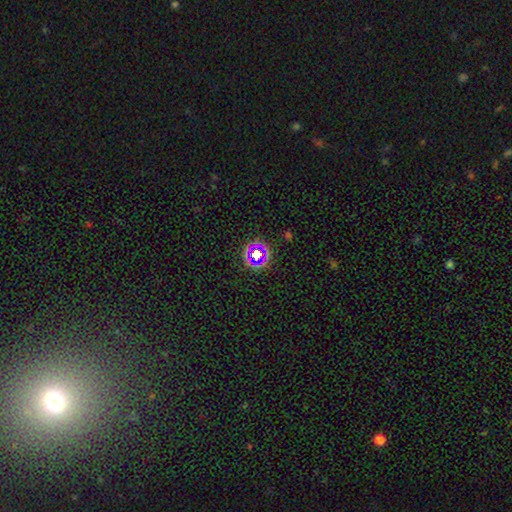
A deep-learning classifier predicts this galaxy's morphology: smooth-or-featured: star or artifact: 61% | smooth: 27% | featured or disk: 12%